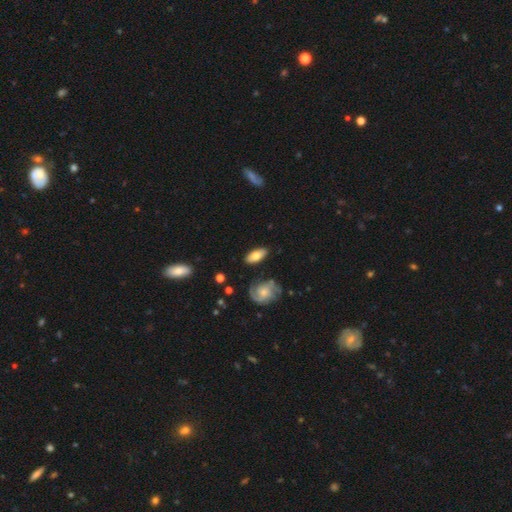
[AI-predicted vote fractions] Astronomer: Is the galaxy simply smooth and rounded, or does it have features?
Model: smooth — 64%.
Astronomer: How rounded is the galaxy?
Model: in between — 86%.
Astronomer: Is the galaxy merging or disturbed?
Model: none — 79%.